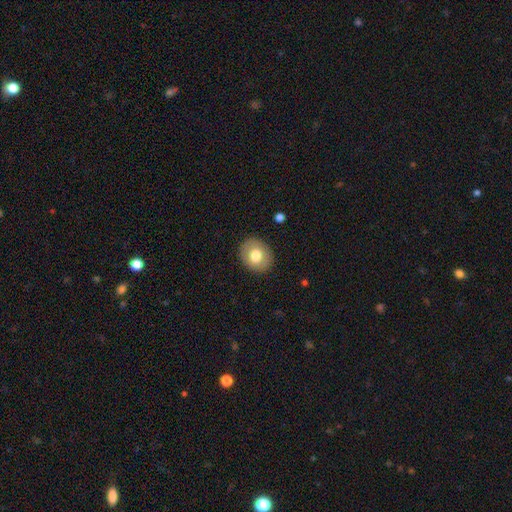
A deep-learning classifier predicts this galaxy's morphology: Q: Smooth or featured?
A: smooth (75%); runner-up: featured or disk (18%)
Q: How rounded?
A: round (64%); runner-up: in between (35%)
Q: Merging?
A: none (89%); runner-up: minor disturbance (7%)